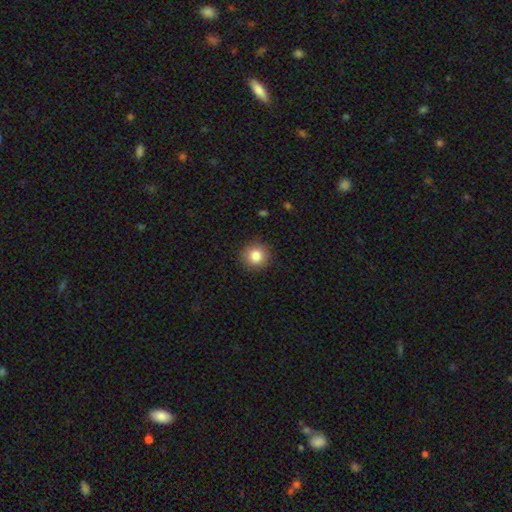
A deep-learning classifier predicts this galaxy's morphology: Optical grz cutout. It shows a smooth galaxy with no disk features (84%) that is round (94%). Merging: none (90%).